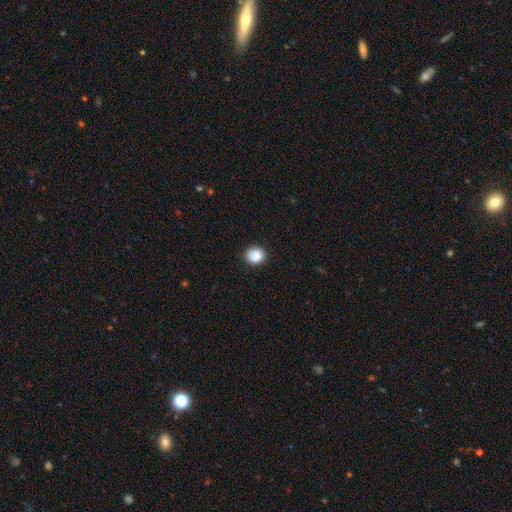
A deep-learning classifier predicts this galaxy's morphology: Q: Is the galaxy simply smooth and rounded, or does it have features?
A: smooth — 85%.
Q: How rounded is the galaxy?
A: round — 79%.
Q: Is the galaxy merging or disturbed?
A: none — 84%.